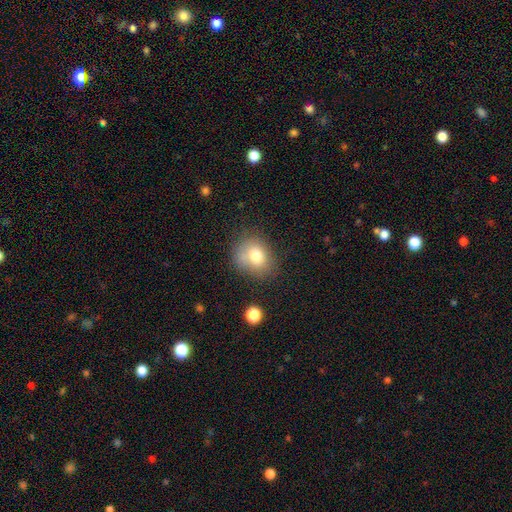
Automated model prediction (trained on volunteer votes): Overall: smooth (75%). How rounded: round (59%; in between 40%). Merging: none (60%; minor disturbance 22%).